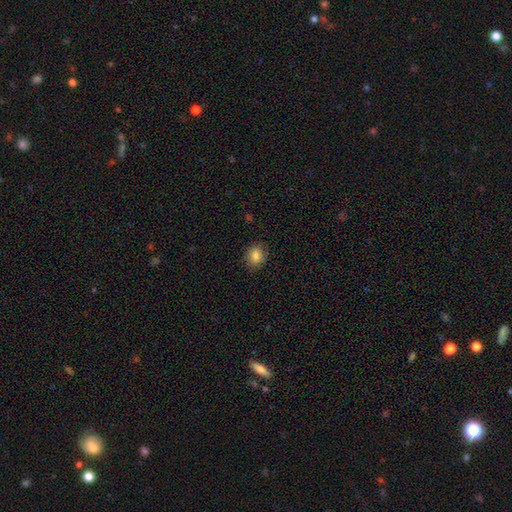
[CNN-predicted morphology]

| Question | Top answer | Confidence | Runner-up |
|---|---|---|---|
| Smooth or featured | smooth | 83% | star or artifact (10%) |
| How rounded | round | 66% | in between (33%) |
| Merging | none | 87% | minor disturbance (10%) |